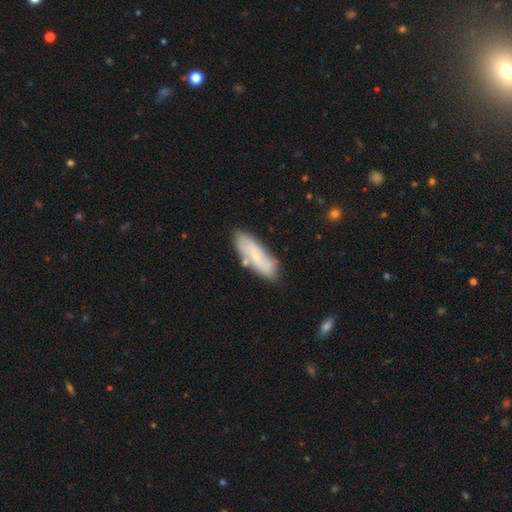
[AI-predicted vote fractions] smooth 57%, featured or disk 36%, star or artifact 7%. Down the decision tree: how rounded — in between (52%); merging — none (73%).